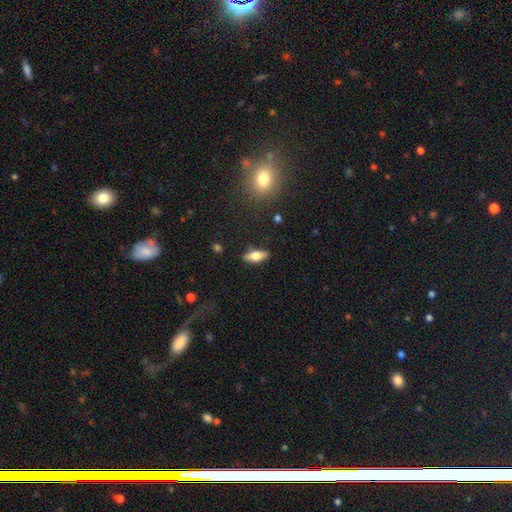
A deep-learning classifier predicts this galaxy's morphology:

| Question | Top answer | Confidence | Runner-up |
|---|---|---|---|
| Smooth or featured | smooth | 62% | featured or disk (31%) |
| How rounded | in between | 73% | cigar-shaped (24%) |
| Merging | none | 86% | minor disturbance (10%) |